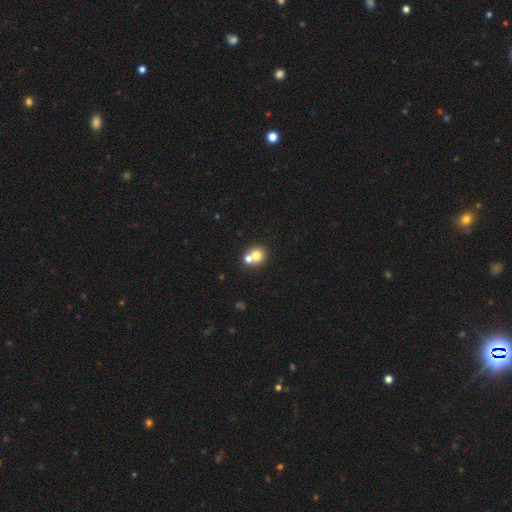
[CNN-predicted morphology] type=smooth (72%); roundness=round (82%); merging=merger (48%).